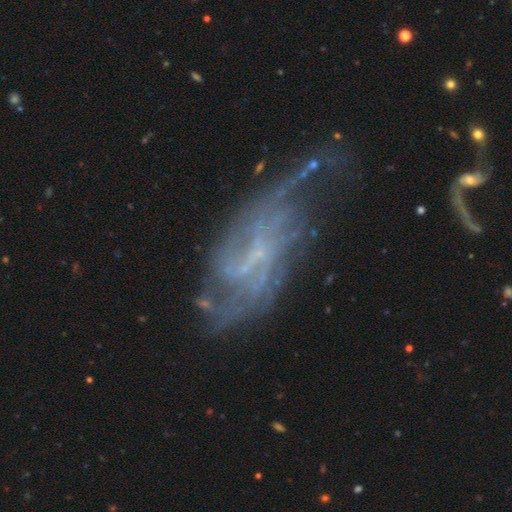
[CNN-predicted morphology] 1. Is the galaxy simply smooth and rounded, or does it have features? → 79% featured or disk, 11% smooth, 10% star or artifact.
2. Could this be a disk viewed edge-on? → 94% no, 6% yes.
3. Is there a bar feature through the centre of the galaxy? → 46% weak, 38% no, 16% strong.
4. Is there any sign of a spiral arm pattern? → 86% yes, 14% no.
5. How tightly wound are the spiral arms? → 43% loose, 35% medium, 22% tight.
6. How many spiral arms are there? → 37% can't tell, 30% 2, 12% 3, 8% 1, 8% 4, 6% more than 4.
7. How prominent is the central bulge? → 45% small, 41% none, 11% moderate, 2% large, 1% dominant.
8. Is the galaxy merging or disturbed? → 38% none, 33% major disturbance, 22% minor disturbance, 7% merger.